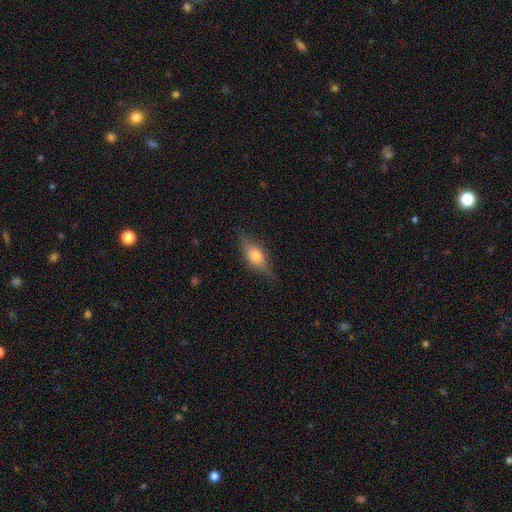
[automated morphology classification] Smooth or featured? smooth (52%)
How rounded? in between (67%)
Merging? none (76%)